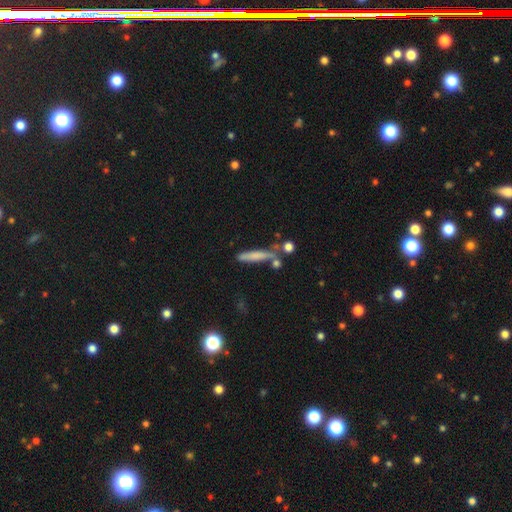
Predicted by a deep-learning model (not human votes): A smooth galaxy with no disk features (63%) that is cigar-shaped (88%). Merging: none (62%).